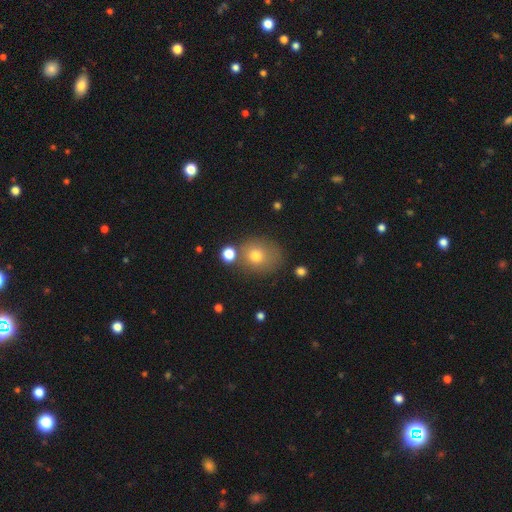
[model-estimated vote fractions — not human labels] Smooth or featured? smooth (75%)
How rounded? round (70%)
Merging? none (66%)